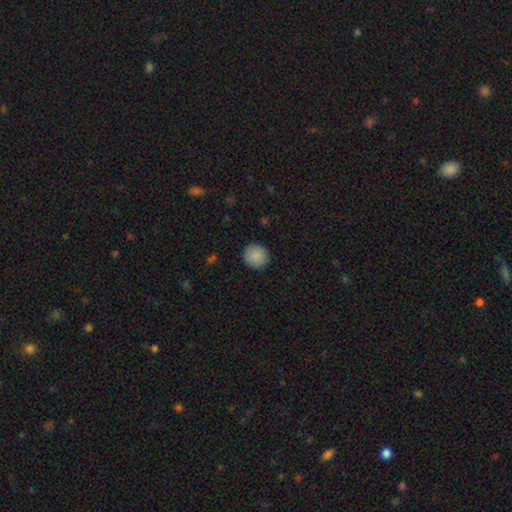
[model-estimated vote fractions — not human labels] This appears to be a smooth galaxy with no disk features (89%) that is round (90%). Merging: none (91%).